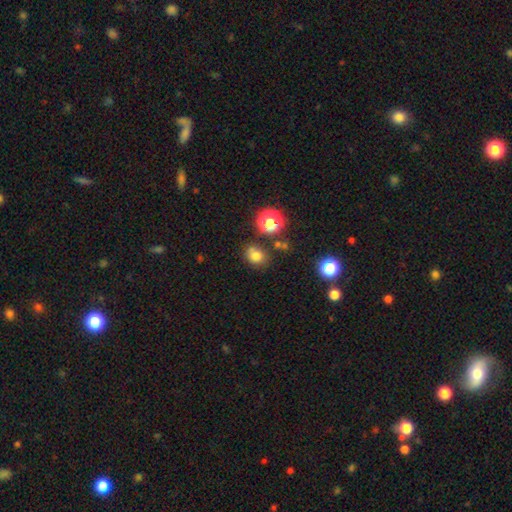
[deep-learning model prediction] Morphology: type=smooth (74%); roundness=round (59%); merging=none (69%).